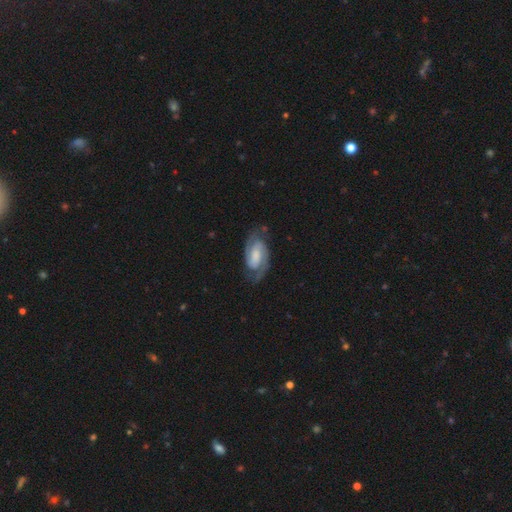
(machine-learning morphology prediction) Overall: featured or disk (86%). Edge-on disk: no (97%). Bar: weak (44%; no 36%). Spiral arms: yes (97%). Spiral arm count: 2 (91%). Spiral winding: medium (47%; tight 42%). Bulge size: moderate (33%; small 32%). Merging: none (76%).